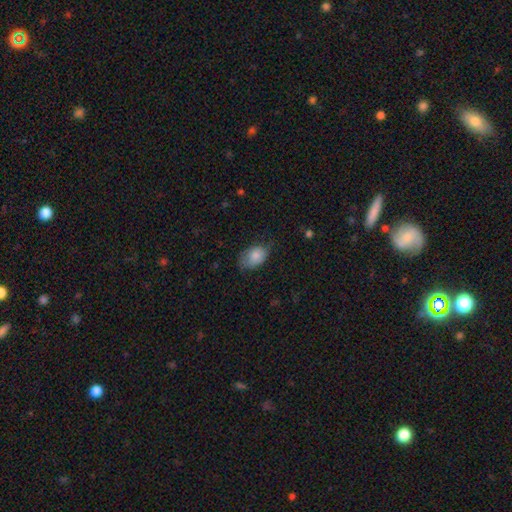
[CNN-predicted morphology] smooth_or_featured: smooth (p=0.81) [alt: featured or disk p=0.11]
how_rounded: in between (p=0.84) [alt: round p=0.15]
merging: none (p=0.55) [alt: minor disturbance p=0.34]